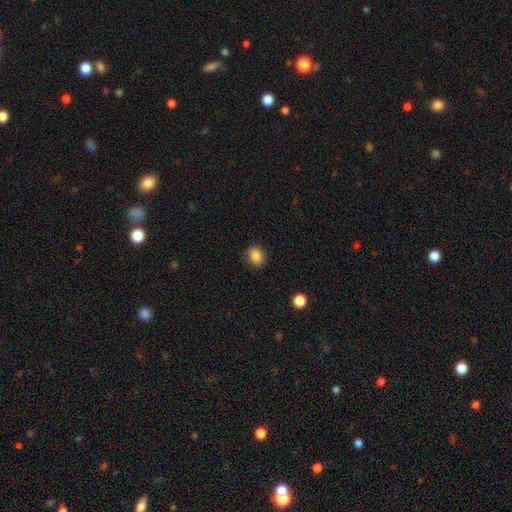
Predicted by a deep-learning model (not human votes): Smooth or featured? smooth (87%)
How rounded? round (51%)
Merging? none (88%)